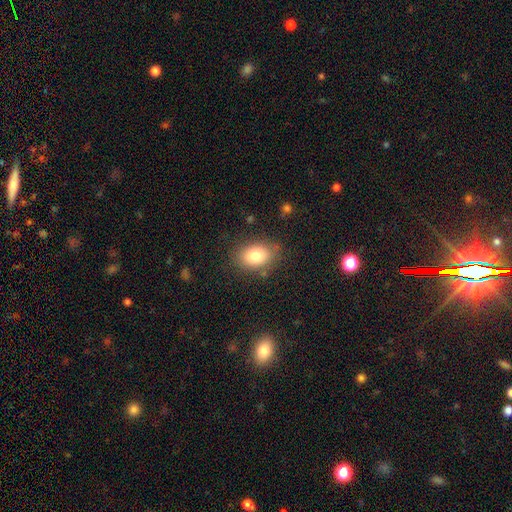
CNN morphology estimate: smooth-or-featured: smooth: 82% | featured or disk: 9% | star or artifact: 9%
  how-rounded: in between: 78% | round: 21% | cigar-shaped: 1%
  merging: none: 81% | minor disturbance: 13% | major disturbance: 4% | merger: 2%